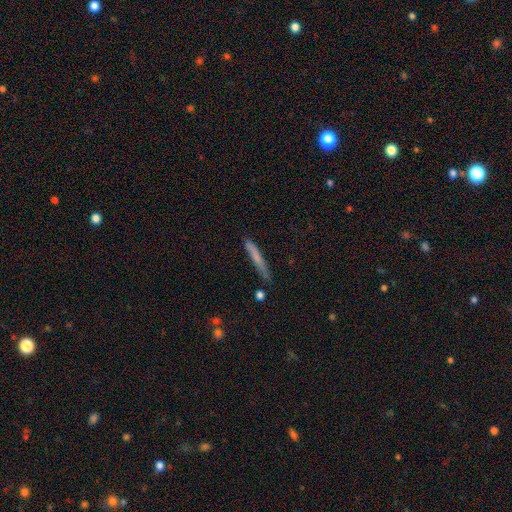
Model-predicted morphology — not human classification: smooth 67%, featured or disk 26%, star or artifact 7%. Down the decision tree: how rounded — cigar-shaped (95%); merging — none (77%).